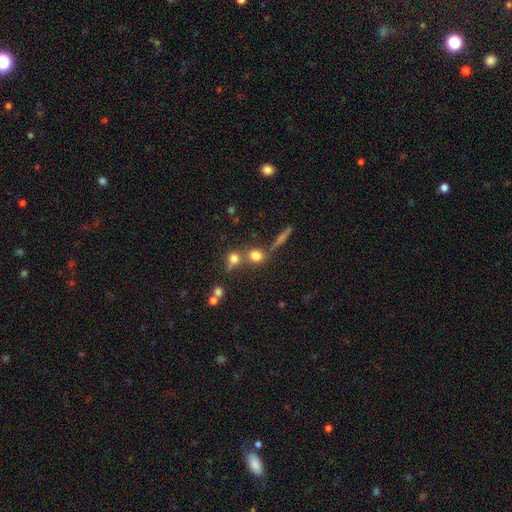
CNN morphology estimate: Q: Smooth or featured?
A: smooth (74%); runner-up: star or artifact (14%)
Q: How rounded?
A: round (78%); runner-up: in between (18%)
Q: Merging?
A: none (52%); runner-up: merger (36%)